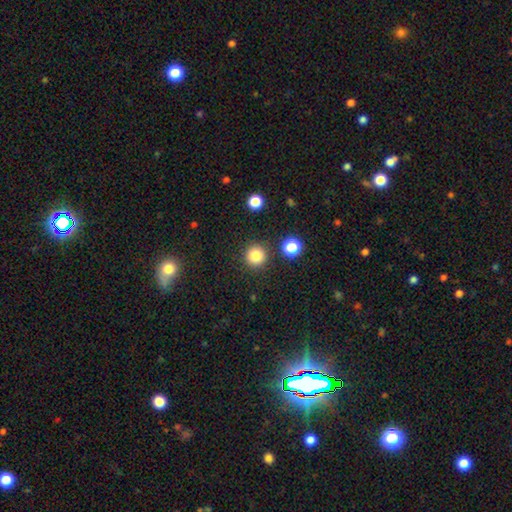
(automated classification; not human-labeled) smooth_or_featured: smooth (p=0.83) [alt: star or artifact p=0.12]
how_rounded: round (p=0.95) [alt: in between p=0.04]
merging: none (p=0.89) [alt: minor disturbance p=0.06]